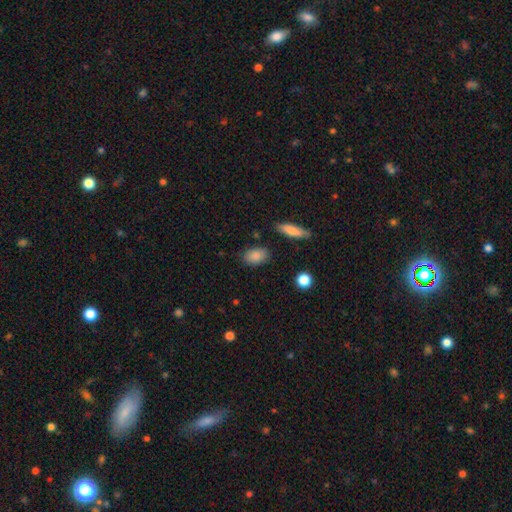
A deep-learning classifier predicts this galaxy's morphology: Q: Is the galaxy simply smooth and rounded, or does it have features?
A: smooth — 86%.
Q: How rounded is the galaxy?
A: in between — 85%.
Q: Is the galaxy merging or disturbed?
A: none — 82%.